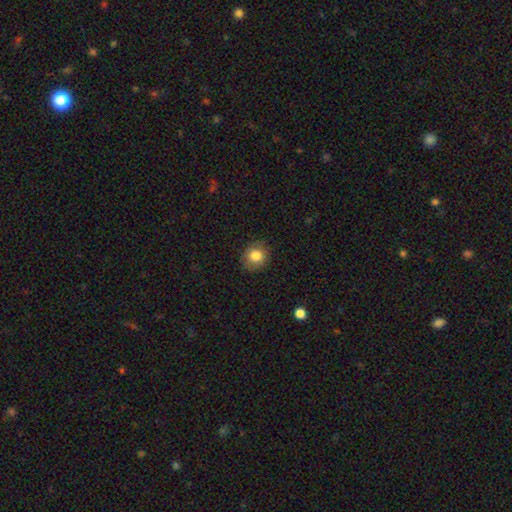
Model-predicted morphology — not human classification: This is clearly a smooth galaxy (83%). How rounded: likely round (77%). Merging: clearly none (85%).